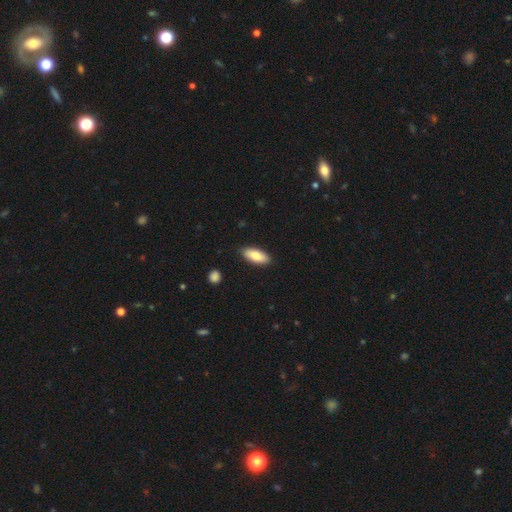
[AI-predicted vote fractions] Smooth or featured? smooth (79%)
How rounded? in between (82%)
Merging? none (89%)